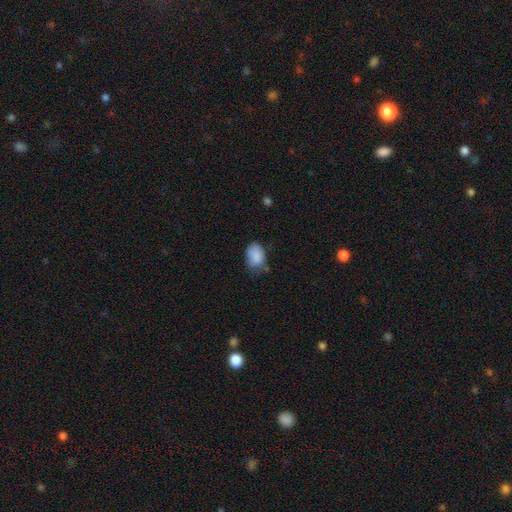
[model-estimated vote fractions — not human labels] A smooth galaxy with no disk features (85%) that is in between round and cigar-shaped (78%).

Vote fractions:
- Smooth or featured? smooth: 85% / star or artifact: 8% / featured or disk: 7%
- How rounded? in between: 78% / round: 21% / cigar-shaped: 1%
- Merging? none: 51% / minor disturbance: 36% / major disturbance: 10% / merger: 3%